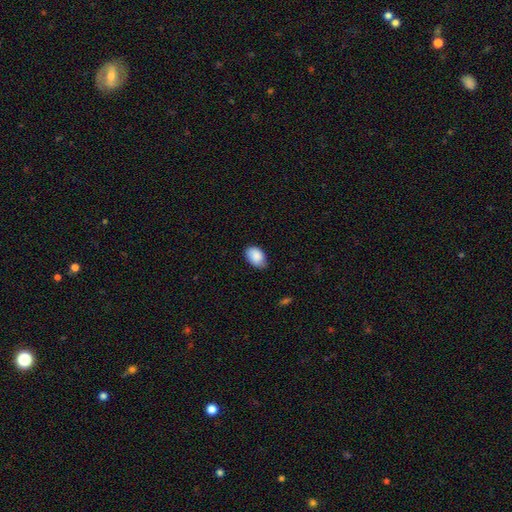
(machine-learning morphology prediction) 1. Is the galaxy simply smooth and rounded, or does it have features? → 89% smooth, 7% star or artifact, 4% featured or disk.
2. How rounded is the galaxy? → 89% in between, 10% round, 1% cigar-shaped.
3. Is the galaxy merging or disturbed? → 77% none, 19% minor disturbance, 3% major disturbance, 1% merger.